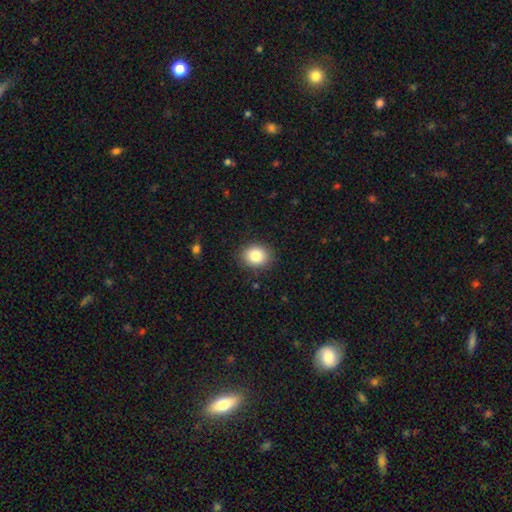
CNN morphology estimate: smooth 84%, star or artifact 9%, featured or disk 7%. Down the decision tree: how rounded — round (60%); merging — none (88%).